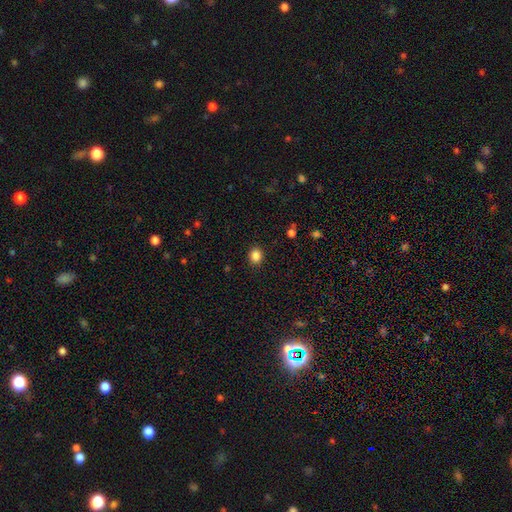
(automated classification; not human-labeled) Morphology: type=smooth (86%); roundness=round (61%); merging=none (90%).